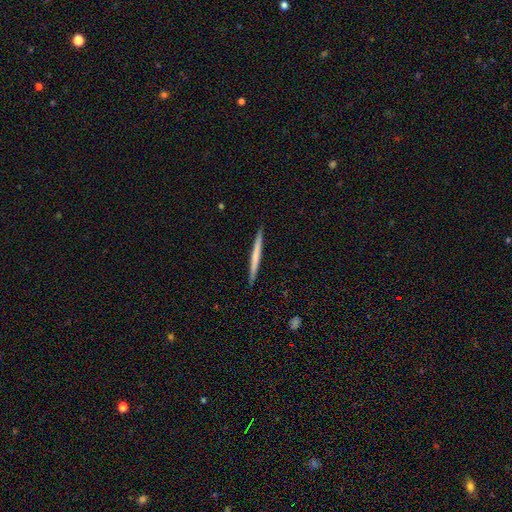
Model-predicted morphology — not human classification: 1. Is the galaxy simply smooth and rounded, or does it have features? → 56% smooth, 38% featured or disk, 5% star or artifact.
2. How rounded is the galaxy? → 97% cigar-shaped, 2% in between, 1% round.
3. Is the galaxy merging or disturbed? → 92% none, 5% minor disturbance, 1% major disturbance, 1% merger.